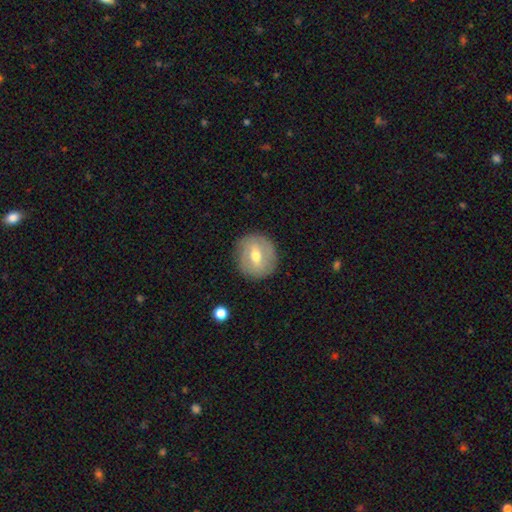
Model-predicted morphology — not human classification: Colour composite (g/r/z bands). It shows a featured or disk galaxy (50%). Merging: none (85%).